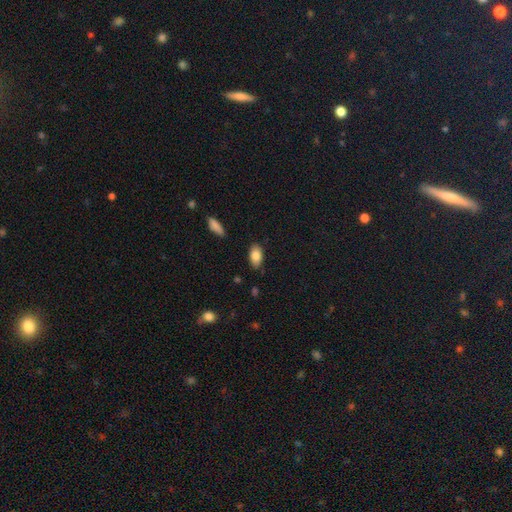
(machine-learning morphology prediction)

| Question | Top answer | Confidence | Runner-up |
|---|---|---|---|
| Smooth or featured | smooth | 84% | featured or disk (9%) |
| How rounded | in between | 92% | round (5%) |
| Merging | none | 83% | minor disturbance (13%) |